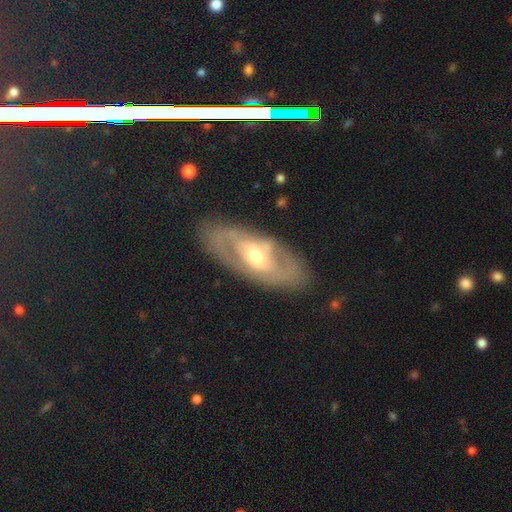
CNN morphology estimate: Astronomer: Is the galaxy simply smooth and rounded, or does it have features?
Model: featured or disk — 76%.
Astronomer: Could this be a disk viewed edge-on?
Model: no — 89%.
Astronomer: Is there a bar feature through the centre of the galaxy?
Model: no — 48% (runner-up: weak, 34%).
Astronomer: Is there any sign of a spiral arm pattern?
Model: yes — 64%.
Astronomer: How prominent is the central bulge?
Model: moderate — 62%.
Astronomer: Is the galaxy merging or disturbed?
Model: none — 79%.